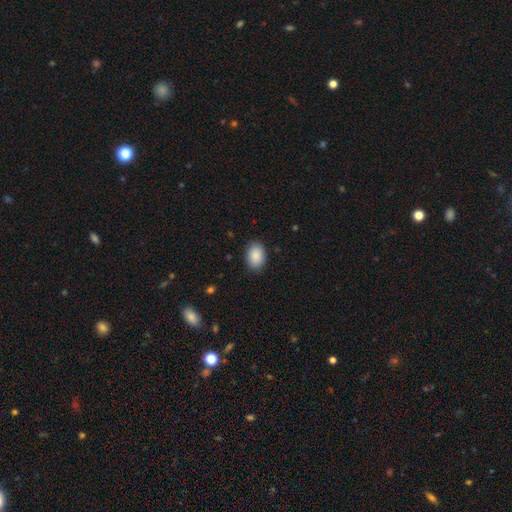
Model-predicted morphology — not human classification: smooth-or-featured: smooth: 90% | star or artifact: 7% | featured or disk: 4%
  how-rounded: in between: 85% | round: 14% | cigar-shaped: 1%
  merging: none: 87% | minor disturbance: 9% | major disturbance: 2% | merger: 1%